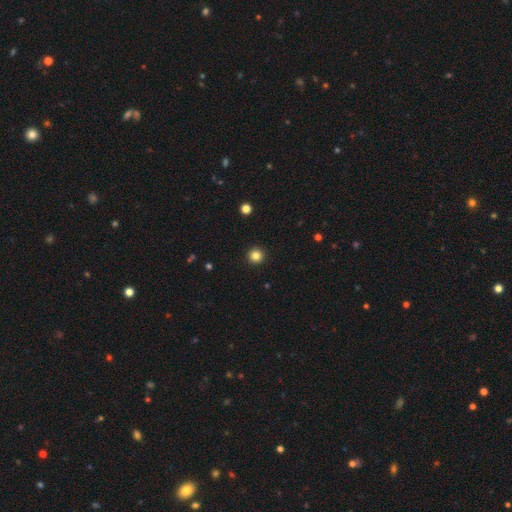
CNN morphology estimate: Smooth or featured? Predicted: smooth (p=0.84). How rounded? Predicted: round (p=0.96). Merging? Predicted: none (p=0.94).